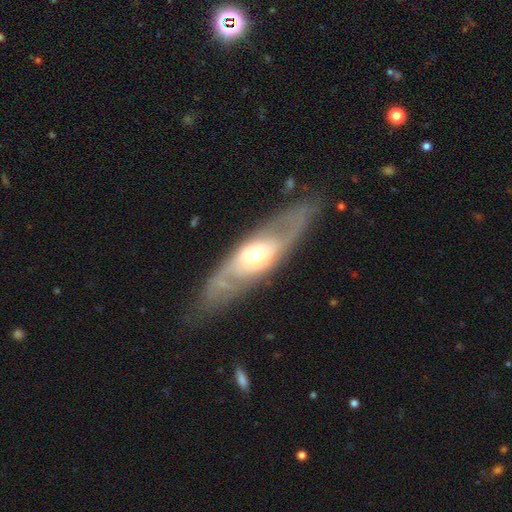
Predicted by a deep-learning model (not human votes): Smooth or featured?
  - featured or disk: 71% *
  - smooth: 24%
  - star or artifact: 5%
Edge-on disk?
  - no: 76% *
  - yes: 24%
Bar?
  - no: 70% *
  - weak: 21%
  - strong: 9%
Spiral arms?
  - yes: 60% *
  - no: 40%
Bulge size?
  - moderate: 63% *
  - small: 21%
  - large: 14%
  - dominant: 2%
  - none: 1%
Merging?
  - none: 77% *
  - minor disturbance: 14%
  - major disturbance: 7%
  - merger: 2%